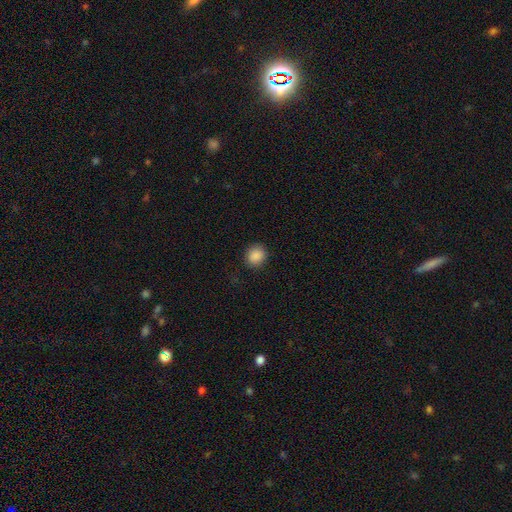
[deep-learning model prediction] Smooth or featured?
  - smooth: 88% *
  - star or artifact: 9%
  - featured or disk: 3%
How rounded?
  - round: 77% *
  - in between: 22%
  - cigar-shaped: 1%
Merging?
  - none: 89% *
  - minor disturbance: 8%
  - major disturbance: 2%
  - merger: 1%